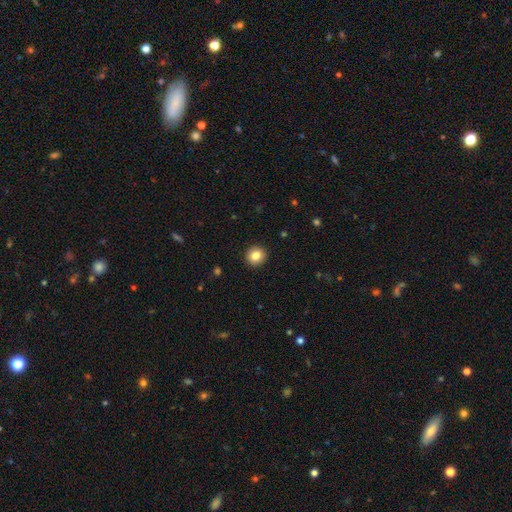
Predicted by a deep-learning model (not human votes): Q: Smooth or featured?
A: smooth (84%); runner-up: star or artifact (10%)
Q: How rounded?
A: round (90%); runner-up: in between (9%)
Q: Merging?
A: none (93%); runner-up: minor disturbance (5%)